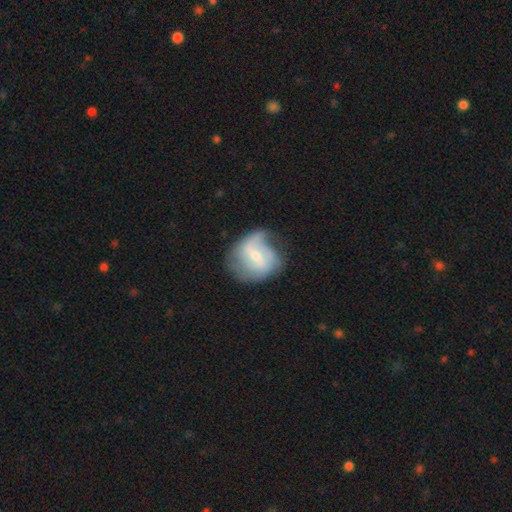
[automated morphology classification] Q: Smooth or featured?
A: featured or disk (62%); runner-up: smooth (30%)
Q: Edge-on disk?
A: no (97%); runner-up: yes (3%)
Q: Bar?
A: weak (50%); runner-up: strong (29%)
Q: Spiral arms?
A: yes (75%); runner-up: no (25%)
Q: Bulge size?
A: small (57%); runner-up: moderate (35%)
Q: Merging?
A: none (43%); runner-up: minor disturbance (32%)